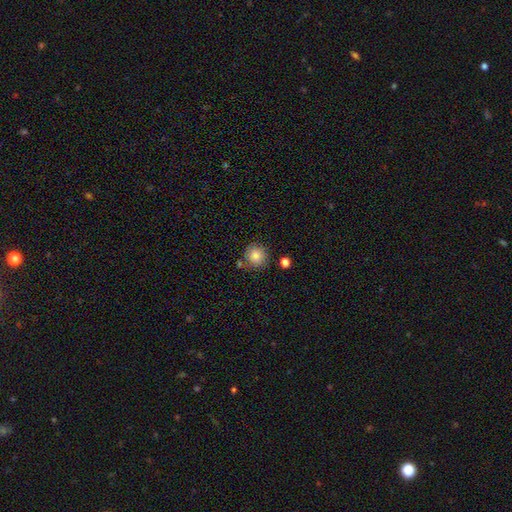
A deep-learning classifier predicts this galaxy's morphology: smooth-or-featured: smooth: 84% | star or artifact: 9% | featured or disk: 7%
  how-rounded: round: 92% | in between: 7% | cigar-shaped: 1%
  merging: none: 76% | minor disturbance: 13% | merger: 8% | major disturbance: 3%